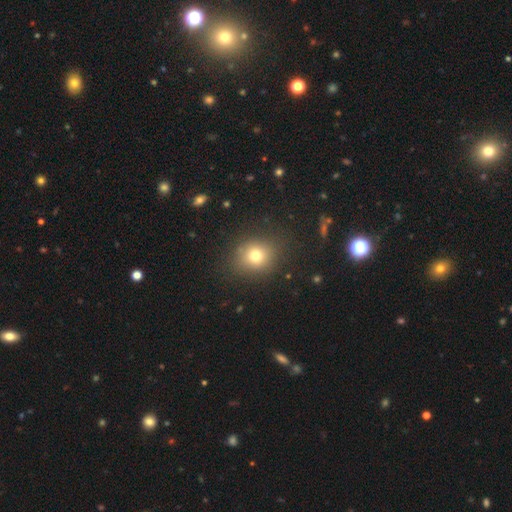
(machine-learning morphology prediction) Smooth or featured: smooth — 75% (star or artifact — 14%)
How rounded: round — 70% (in between — 29%)
Merging: none — 84% (minor disturbance — 11%)